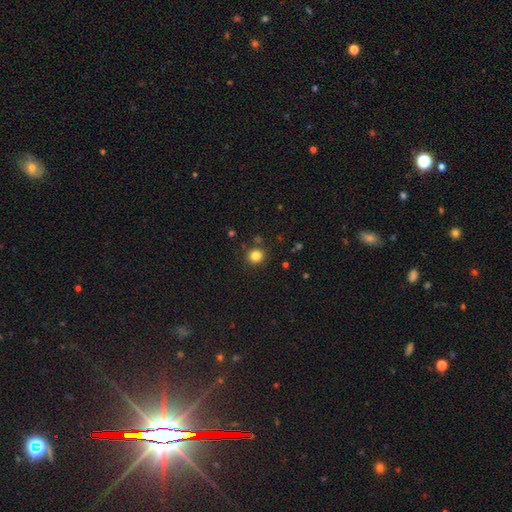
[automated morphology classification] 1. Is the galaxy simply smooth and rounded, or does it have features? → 83% smooth, 12% star or artifact, 5% featured or disk.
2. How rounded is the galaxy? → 89% round, 10% in between, 1% cigar-shaped.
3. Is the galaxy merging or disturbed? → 87% none, 7% minor disturbance, 4% merger, 2% major disturbance.